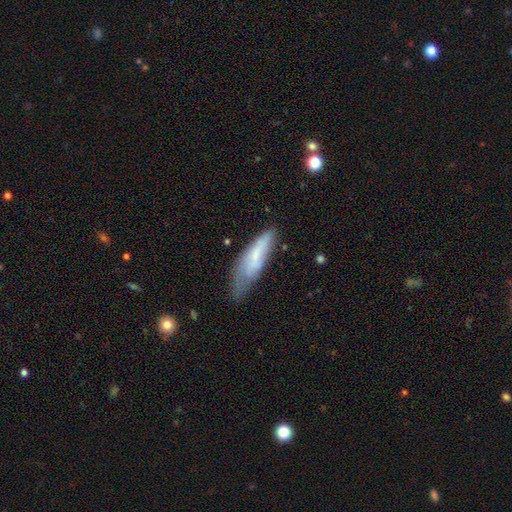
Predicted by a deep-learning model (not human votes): Q: Smooth or featured?
A: smooth (59%); runner-up: featured or disk (34%)
Q: How rounded?
A: cigar-shaped (60%); runner-up: in between (38%)
Q: Merging?
A: none (43%); runner-up: minor disturbance (37%)